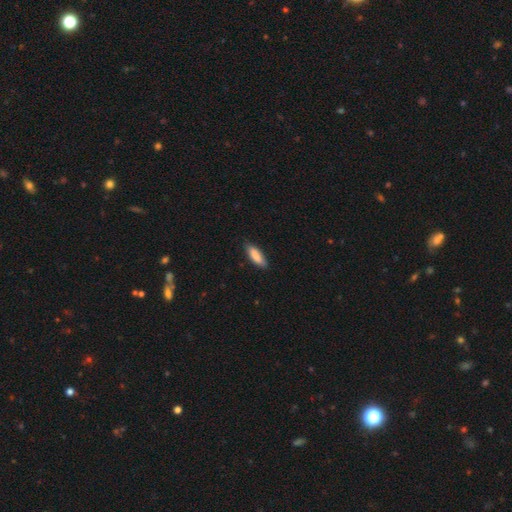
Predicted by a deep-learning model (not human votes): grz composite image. It shows a smooth galaxy with no disk features (86%) that is in between round and cigar-shaped (56%). Merging: none (82%).